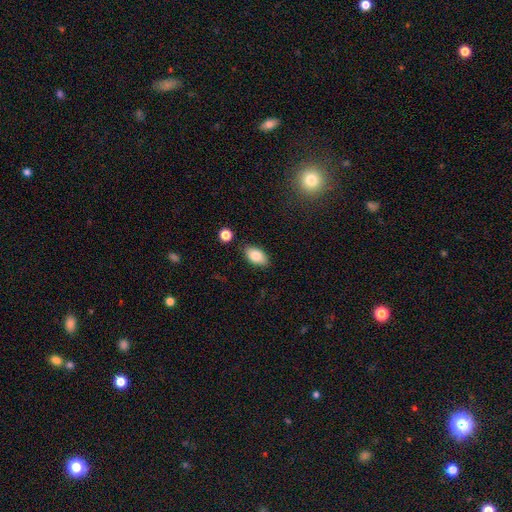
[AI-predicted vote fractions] Smooth or featured? smooth (83%)
How rounded? in between (92%)
Merging? none (84%)